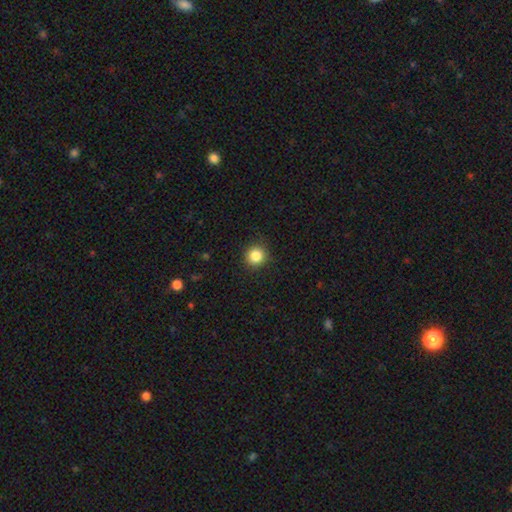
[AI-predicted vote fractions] smooth-or-featured: smooth: 85% | star or artifact: 11% | featured or disk: 4%
  how-rounded: round: 94% | in between: 5% | cigar-shaped: 1%
  merging: none: 90% | minor disturbance: 7% | major disturbance: 2% | merger: 1%